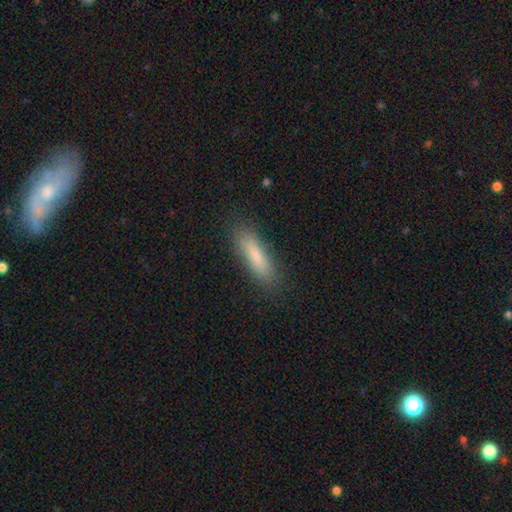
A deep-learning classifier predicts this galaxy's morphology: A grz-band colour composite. It shows a smooth galaxy with no disk features (82%) that is cigar-shaped (67%). Merging: none (85%).